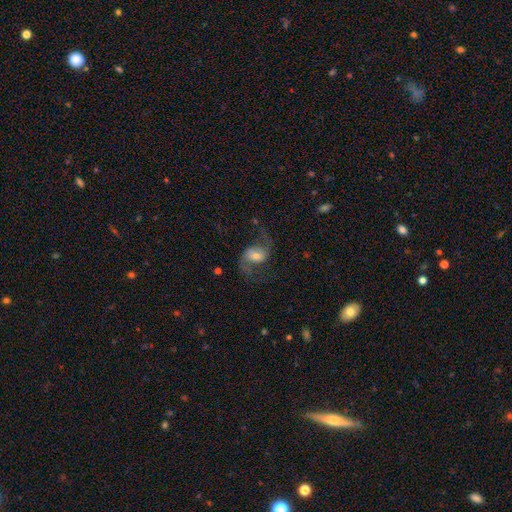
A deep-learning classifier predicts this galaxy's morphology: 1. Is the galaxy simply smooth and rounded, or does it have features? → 78% featured or disk, 15% smooth, 8% star or artifact.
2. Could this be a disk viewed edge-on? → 97% no, 3% yes.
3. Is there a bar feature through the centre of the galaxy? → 46% weak, 33% no, 21% strong.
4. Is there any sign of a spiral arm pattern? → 94% yes, 6% no.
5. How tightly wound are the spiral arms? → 64% loose, 31% medium, 5% tight.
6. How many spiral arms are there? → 93% 2, 2% can't tell, 2% 1, 1% 3, 1% 4, 1% more than 4.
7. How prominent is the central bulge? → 42% moderate, 41% small, 10% large, 5% none, 2% dominant.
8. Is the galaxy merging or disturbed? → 68% none, 16% major disturbance, 14% minor disturbance, 2% merger.